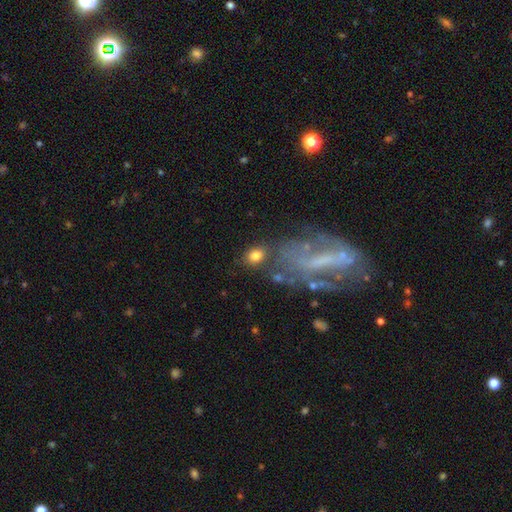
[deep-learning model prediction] This is likely a smooth galaxy (77%). How rounded: possibly in between (57%). Merging: likely none (68%).